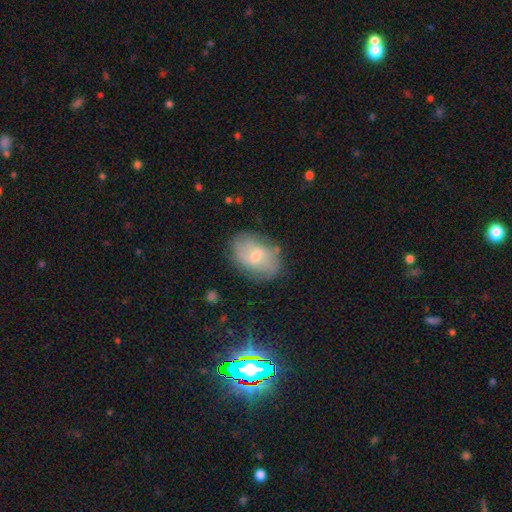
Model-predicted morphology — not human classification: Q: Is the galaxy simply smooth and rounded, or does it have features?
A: featured or disk — 49%.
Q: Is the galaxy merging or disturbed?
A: none — 75%.